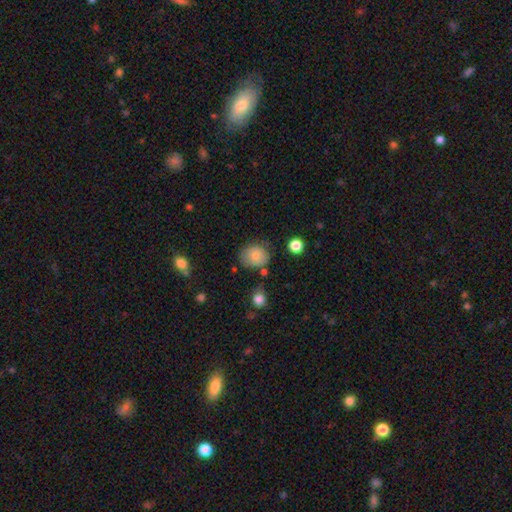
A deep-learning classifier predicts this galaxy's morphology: A smooth galaxy with no disk features (80%) that is round (60%). Merging: none (69%).